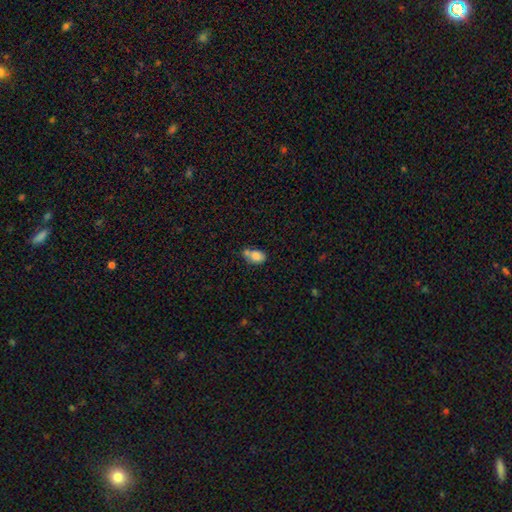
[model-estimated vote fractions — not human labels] This is likely a smooth galaxy (80%). How rounded: likely in between (75%). Merging: marginally none (38%).